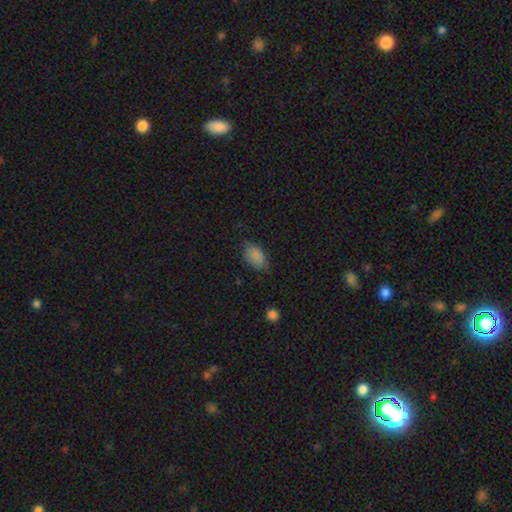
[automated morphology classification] smooth-or-featured: smooth: 85% | star or artifact: 9% | featured or disk: 6%
  how-rounded: in between: 91% | round: 7% | cigar-shaped: 2%
  merging: none: 69% | minor disturbance: 25% | major disturbance: 6% | merger: 1%